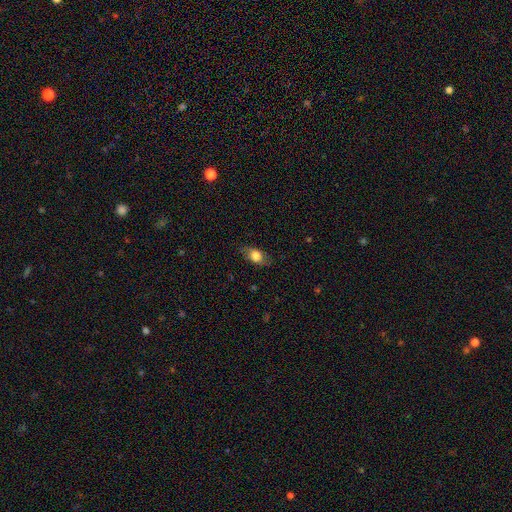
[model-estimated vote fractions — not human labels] smooth-or-featured: smooth: 74% | featured or disk: 18% | star or artifact: 8%
  how-rounded: in between: 82% | round: 12% | cigar-shaped: 6%
  merging: none: 79% | minor disturbance: 15% | major disturbance: 4% | merger: 1%